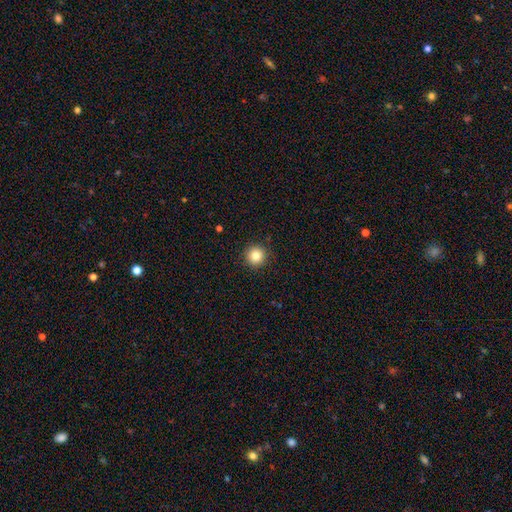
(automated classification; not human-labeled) Smooth or featured? Predicted: smooth (p=0.82). How rounded? Predicted: round (p=0.96). Merging? Predicted: none (p=0.92).